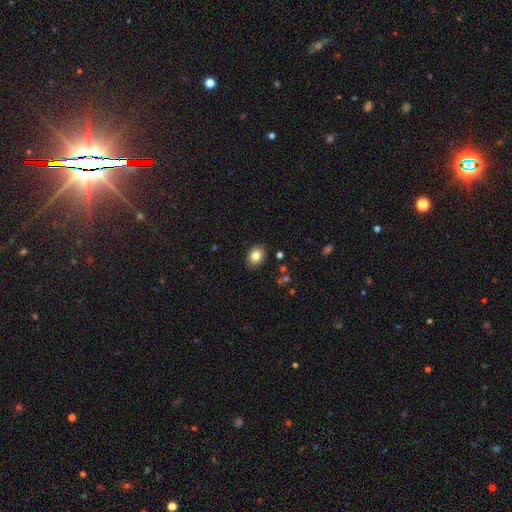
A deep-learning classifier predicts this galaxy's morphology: This appears to be a smooth galaxy with no disk features (82%) that is in between round and cigar-shaped (62%). Merging: none (88%).